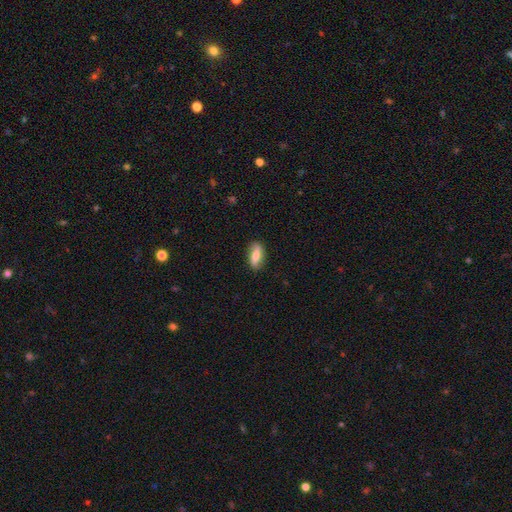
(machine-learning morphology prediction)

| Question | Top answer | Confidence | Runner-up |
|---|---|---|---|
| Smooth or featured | smooth | 65% | featured or disk (29%) |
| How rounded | in between | 70% | cigar-shaped (26%) |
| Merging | none | 83% | minor disturbance (13%) |